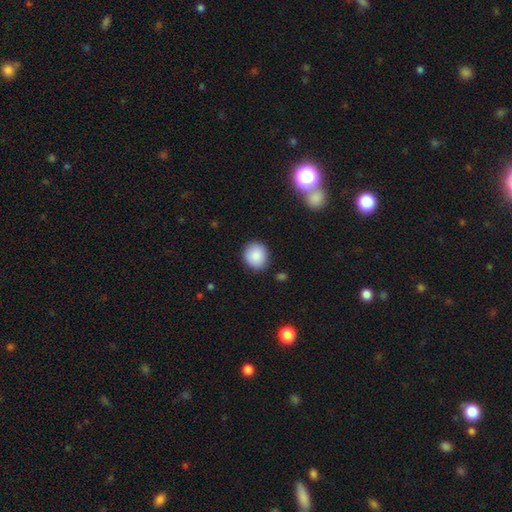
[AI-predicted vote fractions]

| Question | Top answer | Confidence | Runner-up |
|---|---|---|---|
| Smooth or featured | smooth | 87% | star or artifact (8%) |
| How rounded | round | 83% | in between (16%) |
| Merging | none | 87% | minor disturbance (9%) |